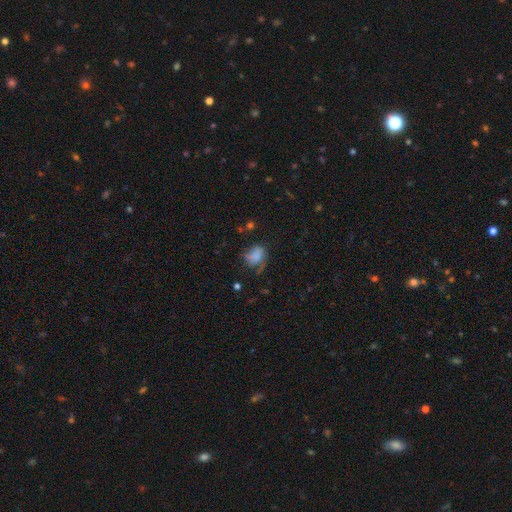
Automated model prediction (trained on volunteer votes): Morphology: type=smooth (67%); roundness=in between (65%); merging=none (36%).